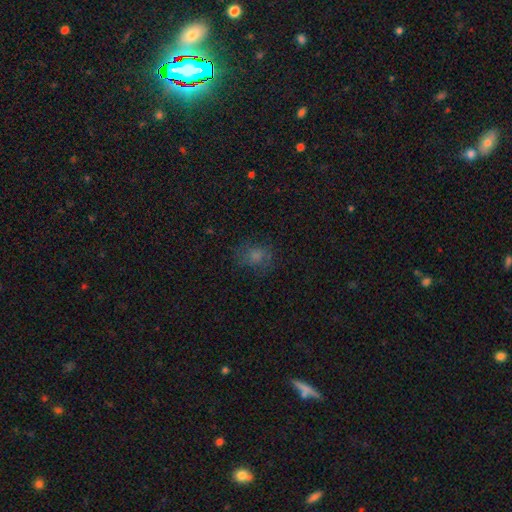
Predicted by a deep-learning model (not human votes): Q: Smooth or featured?
A: smooth (67%); runner-up: star or artifact (19%)
Q: How rounded?
A: round (53%); runner-up: in between (45%)
Q: Merging?
A: none (70%); runner-up: minor disturbance (18%)